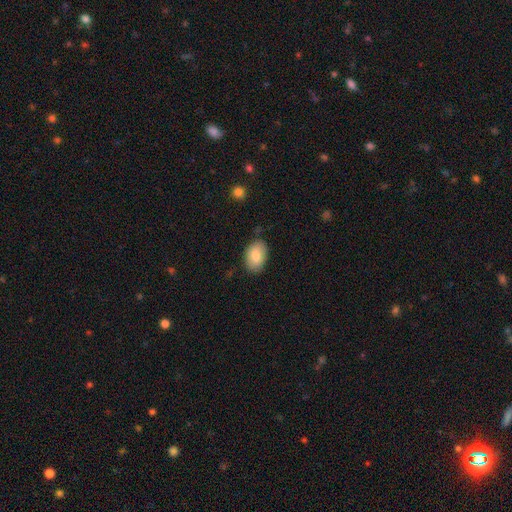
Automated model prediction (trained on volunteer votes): This appears to be a smooth galaxy with no disk features (82%) that is in between round and cigar-shaped (90%). Merging: none (80%).